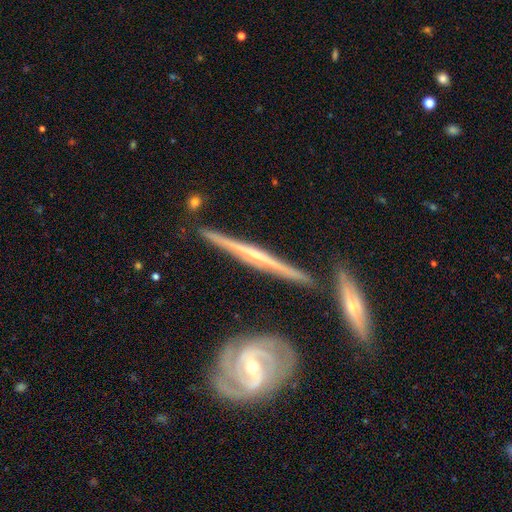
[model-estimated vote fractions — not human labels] Smooth or featured?
  - featured or disk: 81% *
  - smooth: 13%
  - star or artifact: 6%
Edge-on disk?
  - yes: 92% *
  - no: 8%
Edge-on bulge?
  - rounded: 58% *
  - none: 35%
  - boxy: 7%
Merging?
  - none: 81% *
  - minor disturbance: 12%
  - merger: 4%
  - major disturbance: 2%